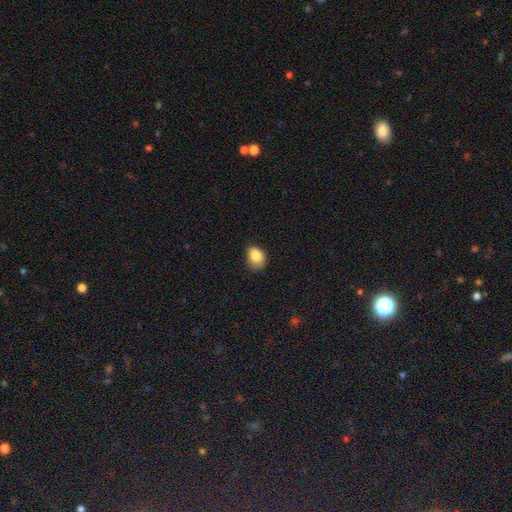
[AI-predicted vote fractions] A smooth galaxy with no disk features (86%) that is in between round and cigar-shaped (68%). Merging: none (61%).